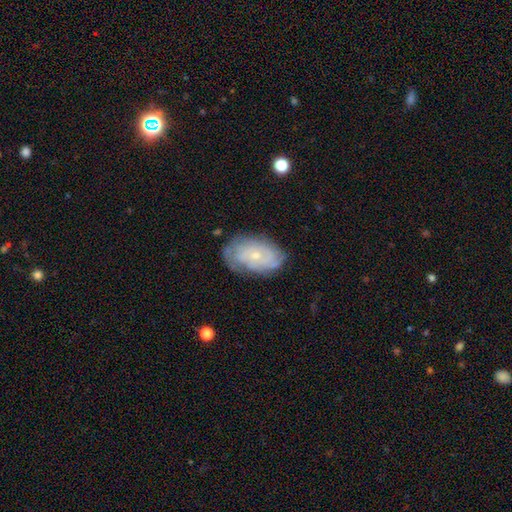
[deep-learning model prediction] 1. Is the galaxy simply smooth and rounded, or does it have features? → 69% featured or disk, 24% smooth, 8% star or artifact.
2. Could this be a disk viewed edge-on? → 95% no, 5% yes.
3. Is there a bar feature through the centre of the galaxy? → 82% no, 16% weak, 3% strong.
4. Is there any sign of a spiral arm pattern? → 86% yes, 14% no.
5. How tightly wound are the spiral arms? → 70% tight, 23% medium, 7% loose.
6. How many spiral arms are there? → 53% can't tell, 14% 2, 12% 3, 11% 4, 6% more than 4, 5% 1.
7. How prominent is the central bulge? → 78% small, 18% moderate, 2% none, 1% large, 1% dominant.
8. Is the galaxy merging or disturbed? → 73% none, 20% minor disturbance, 6% major disturbance, 1% merger.